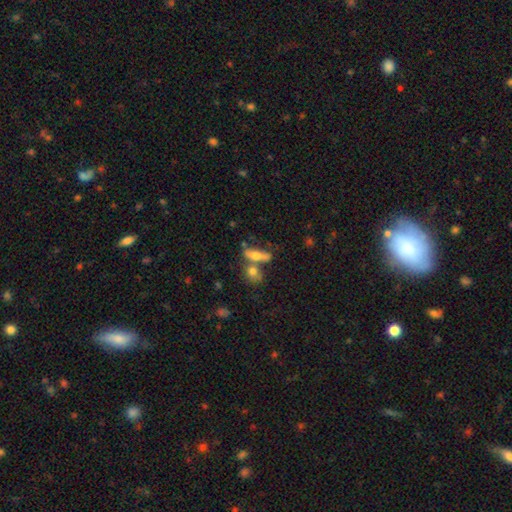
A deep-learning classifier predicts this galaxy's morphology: A smooth galaxy with no disk features (58%) that is cigar-shaped (50%).

Vote fractions:
- Smooth or featured? smooth: 58% / featured or disk: 33% / star or artifact: 9%
- How rounded? cigar-shaped: 50% / in between: 43% / round: 7%
- Merging? none: 48% / merger: 34% / minor disturbance: 12% / major disturbance: 5%